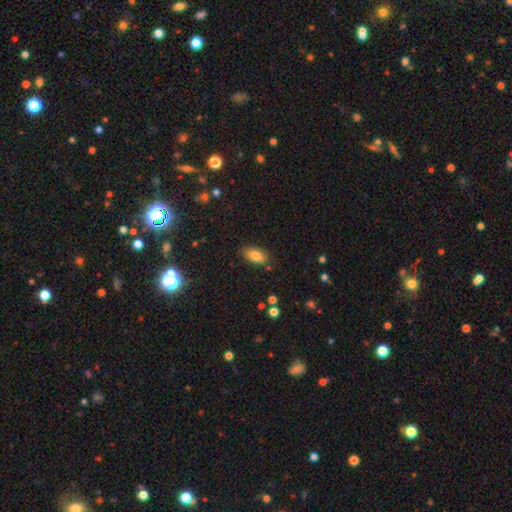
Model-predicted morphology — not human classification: smooth-or-featured: smooth: 81% | featured or disk: 10% | star or artifact: 9%
  how-rounded: in between: 90% | cigar-shaped: 5% | round: 5%
  merging: none: 80% | minor disturbance: 15% | major disturbance: 3% | merger: 2%